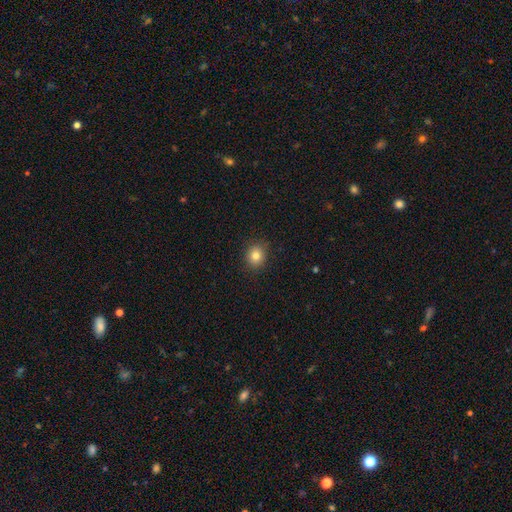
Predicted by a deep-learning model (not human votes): Smooth or featured? Predicted: smooth (p=0.81). How rounded? Predicted: round (p=0.75). Merging? Predicted: none (p=0.89).